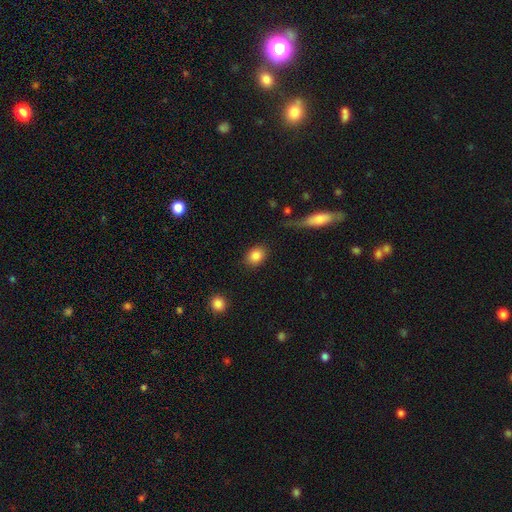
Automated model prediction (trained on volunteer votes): smooth_or_featured: smooth (p=0.86) [alt: star or artifact p=0.08]
how_rounded: in between (p=0.58) [alt: round p=0.41]
merging: none (p=0.85) [alt: minor disturbance p=0.09]